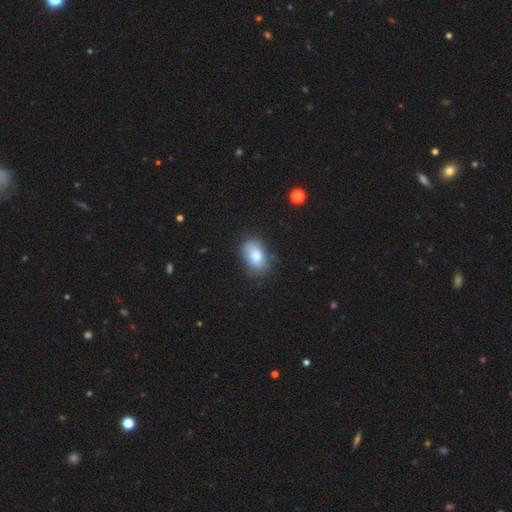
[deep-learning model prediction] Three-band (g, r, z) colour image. It shows a smooth galaxy with no disk features (81%) that is in between round and cigar-shaped (87%). Merging: none (72%).